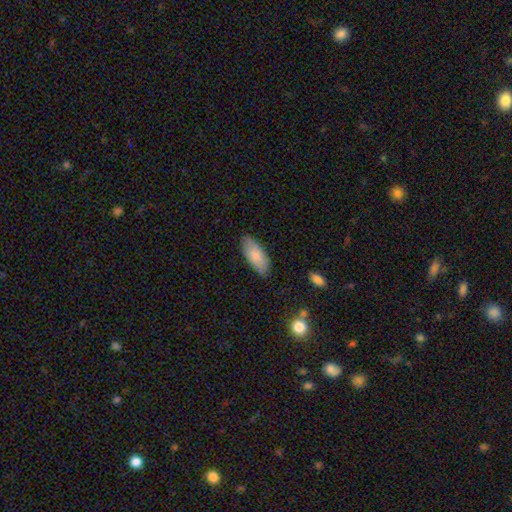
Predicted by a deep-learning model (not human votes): The model was most divided on "how rounded": in between: 84%, cigar-shaped: 15%, round: 2%. More confident: merging — none (85%); smooth or featured — smooth (83%).